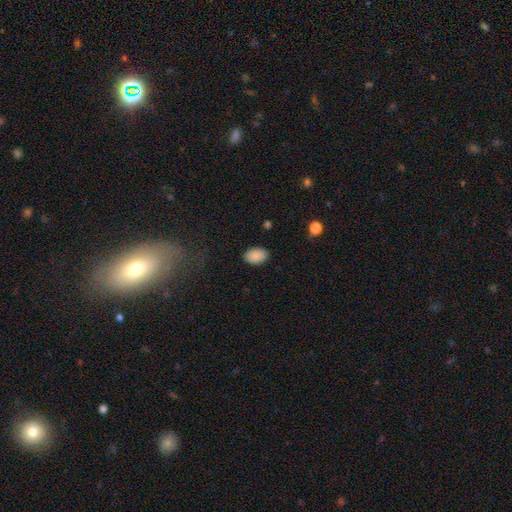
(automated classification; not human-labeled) Smooth or featured: smooth — 89% (star or artifact — 7%)
How rounded: in between — 90% (round — 9%)
Merging: none — 87% (minor disturbance — 10%)